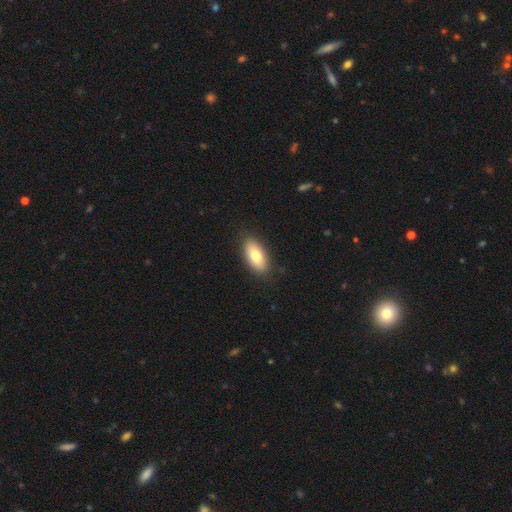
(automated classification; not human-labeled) Smooth or featured? Predicted: smooth (p=0.80). How rounded? Predicted: in between (p=0.91). Merging? Predicted: none (p=0.87).